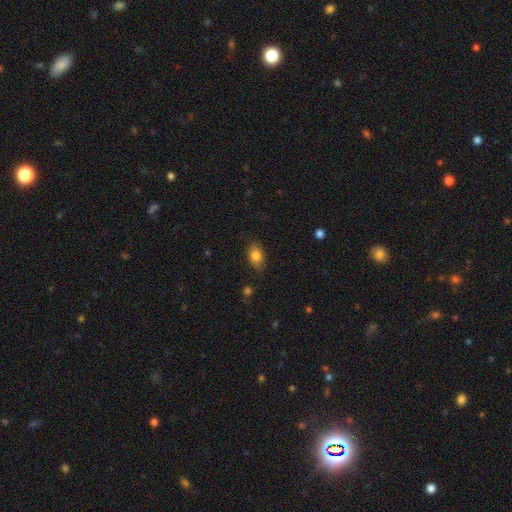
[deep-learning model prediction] This is clearly a smooth galaxy (82%). How rounded: clearly in between (83%). Merging: clearly none (83%).